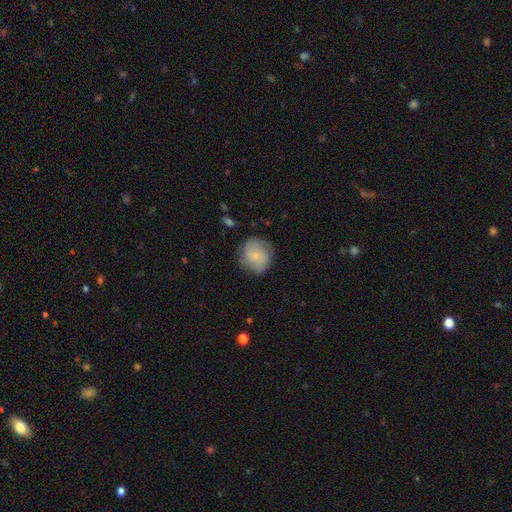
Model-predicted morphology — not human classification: Q: Smooth or featured?
A: smooth (65%); runner-up: featured or disk (28%)
Q: How rounded?
A: round (81%); runner-up: in between (18%)
Q: Merging?
A: none (72%); runner-up: minor disturbance (21%)